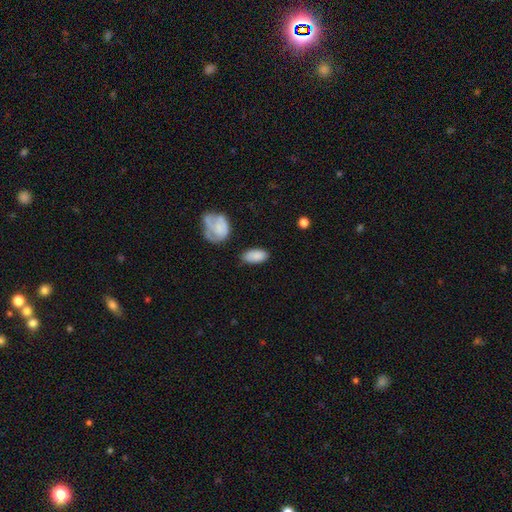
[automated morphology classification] smooth_or_featured: smooth (p=0.85) [alt: featured or disk p=0.08]
how_rounded: in between (p=0.93) [alt: round p=0.04]
merging: none (p=0.75) [alt: minor disturbance p=0.15]